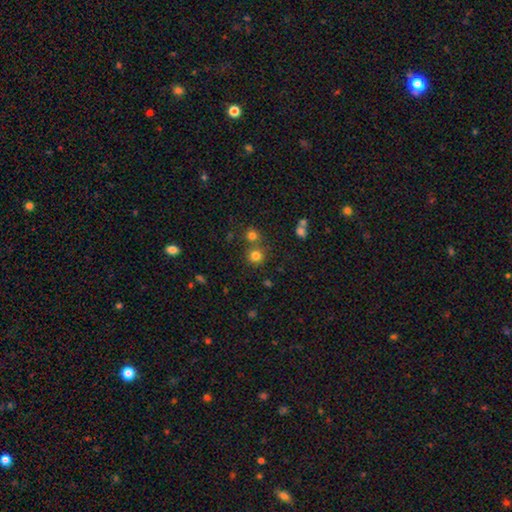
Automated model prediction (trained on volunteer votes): Q: Smooth or featured?
A: smooth (77%); runner-up: star or artifact (17%)
Q: How rounded?
A: round (91%); runner-up: in between (8%)
Q: Merging?
A: none (69%); runner-up: merger (21%)